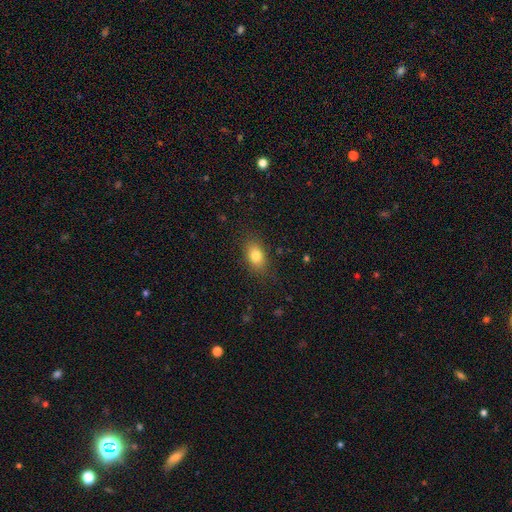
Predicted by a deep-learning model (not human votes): Overall: smooth (80%). How rounded: in between (80%). Merging: none (84%).